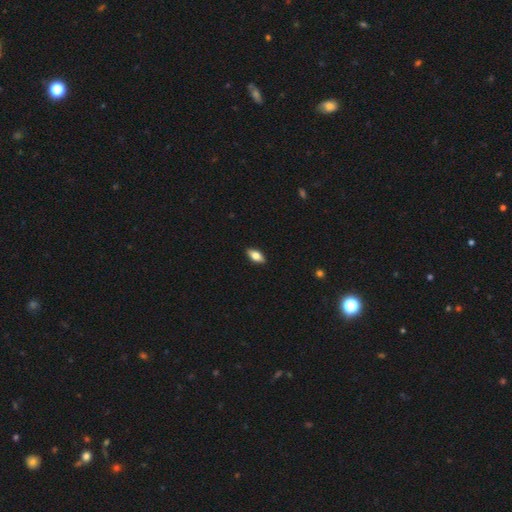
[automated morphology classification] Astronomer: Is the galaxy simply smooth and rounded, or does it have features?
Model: smooth — 63%.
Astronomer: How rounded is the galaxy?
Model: in between — 82%.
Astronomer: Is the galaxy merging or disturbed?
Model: none — 90%.